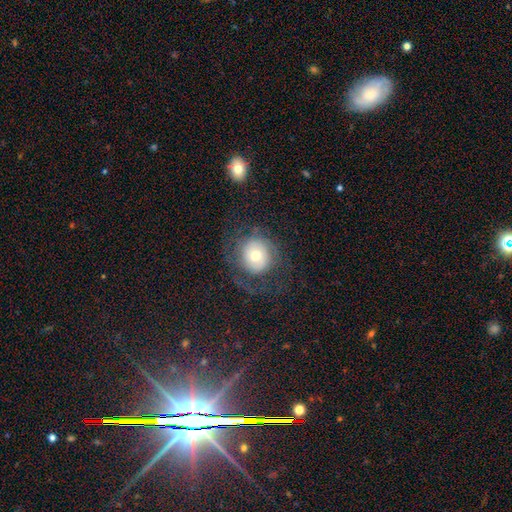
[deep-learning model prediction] Smooth or featured?
  - smooth: 46% *
  - featured or disk: 45%
  - star or artifact: 10%
Merging?
  - none: 64% *
  - major disturbance: 20%
  - minor disturbance: 15%
  - merger: 1%